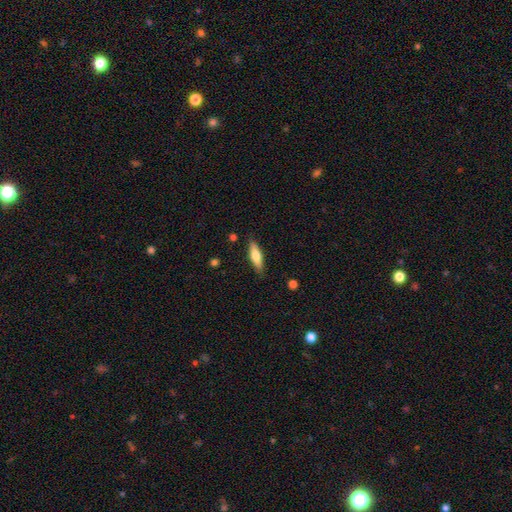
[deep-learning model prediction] Q: Smooth or featured?
A: smooth (64%); runner-up: featured or disk (30%)
Q: How rounded?
A: cigar-shaped (60%); runner-up: in between (38%)
Q: Merging?
A: none (86%); runner-up: minor disturbance (11%)